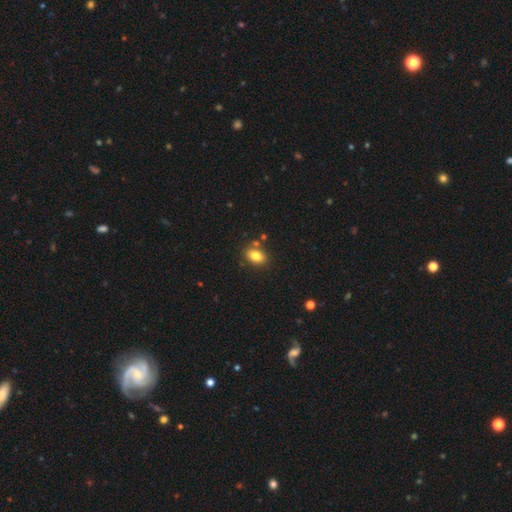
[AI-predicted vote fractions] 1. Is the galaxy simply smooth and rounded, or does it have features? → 82% smooth, 10% star or artifact, 8% featured or disk.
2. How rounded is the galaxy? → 79% in between, 19% round, 1% cigar-shaped.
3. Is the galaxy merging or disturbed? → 78% none, 11% minor disturbance, 8% merger, 3% major disturbance.